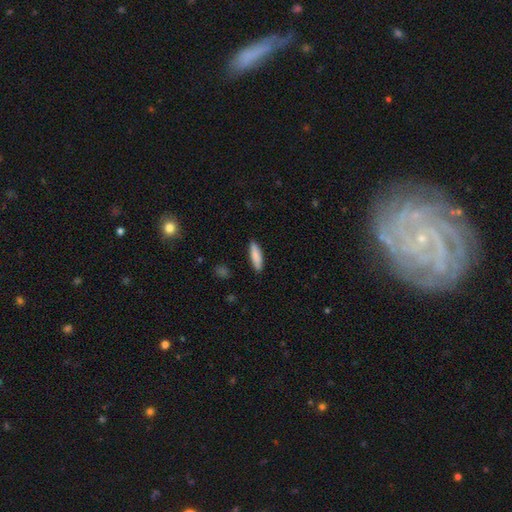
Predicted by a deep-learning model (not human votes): This appears to be a smooth galaxy with no disk features (86%) that is cigar-shaped (66%). Merging: none (88%).